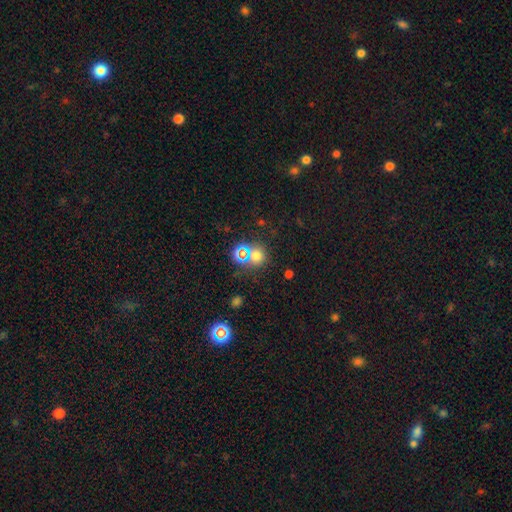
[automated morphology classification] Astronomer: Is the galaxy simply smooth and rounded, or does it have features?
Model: smooth — 56% (runner-up: star or artifact, 36%).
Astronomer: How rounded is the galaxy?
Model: round — 82%.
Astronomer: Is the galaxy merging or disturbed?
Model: none — 72%.